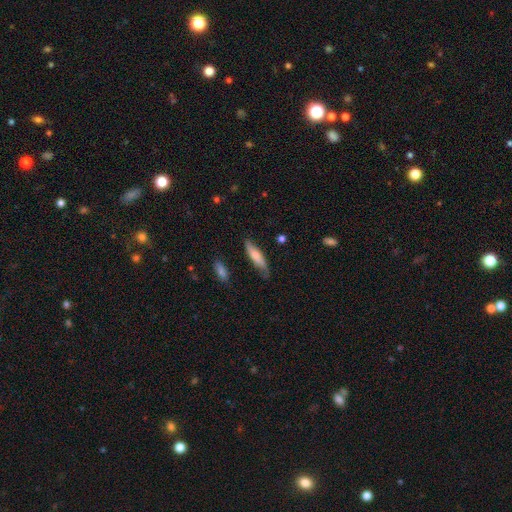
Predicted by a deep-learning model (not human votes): smooth 64%, featured or disk 30%, star or artifact 6%. Down the decision tree: how rounded — cigar-shaped (73%); merging — none (71%).